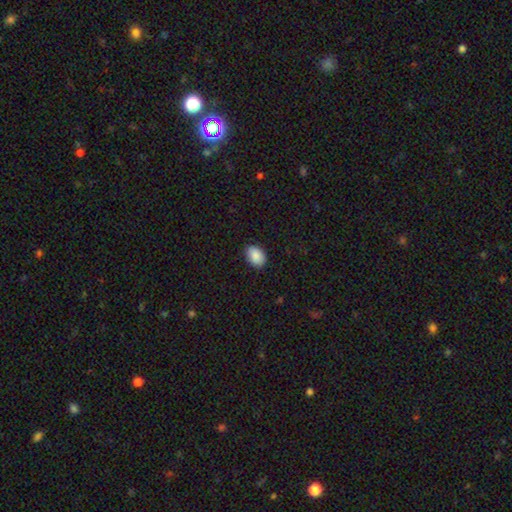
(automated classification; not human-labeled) Smooth or featured: smooth — 89% (star or artifact — 7%)
How rounded: in between — 81% (round — 18%)
Merging: none — 86% (minor disturbance — 11%)